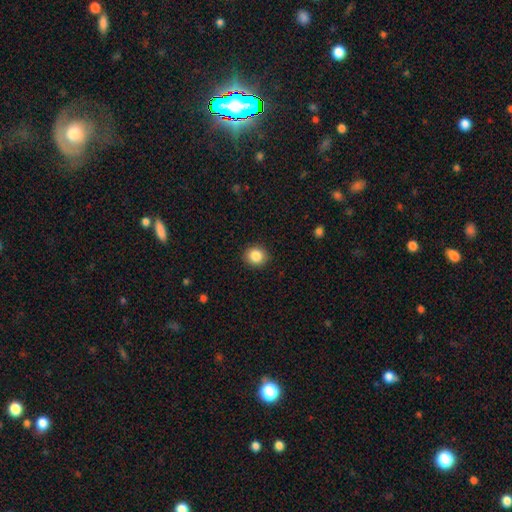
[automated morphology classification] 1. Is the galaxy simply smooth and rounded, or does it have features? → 85% smooth, 10% star or artifact, 5% featured or disk.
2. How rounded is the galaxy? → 81% round, 18% in between, 1% cigar-shaped.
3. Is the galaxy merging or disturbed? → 91% none, 6% minor disturbance, 2% major disturbance, 1% merger.